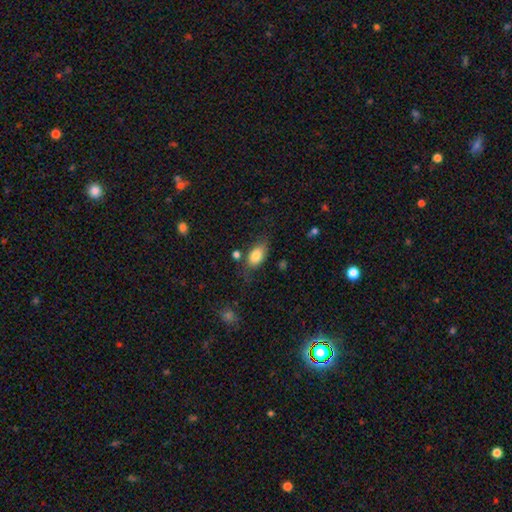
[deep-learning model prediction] Overall: smooth (80%). How rounded: in between (89%). Merging: none (65%).